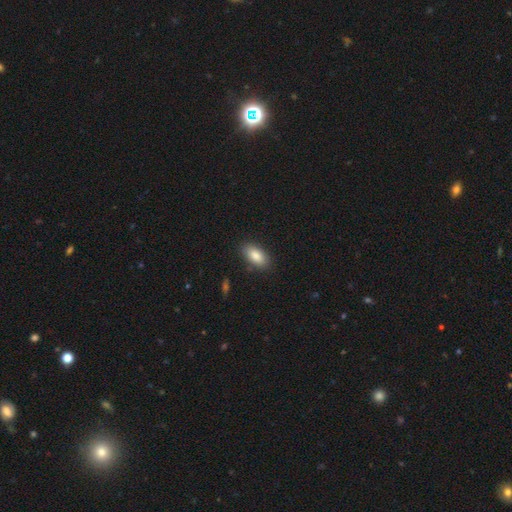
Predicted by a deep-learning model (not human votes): This appears to be a smooth galaxy with no disk features (86%) that is in between round and cigar-shaped (91%). Merging: none (86%).